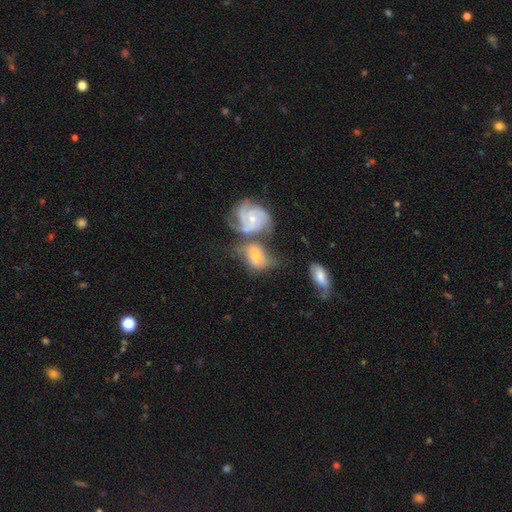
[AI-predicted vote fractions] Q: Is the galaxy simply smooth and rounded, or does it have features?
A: featured or disk — 67%.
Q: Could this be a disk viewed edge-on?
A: no — 95%.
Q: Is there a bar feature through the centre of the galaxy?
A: no — 61%.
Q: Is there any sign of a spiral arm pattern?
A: yes — 90%.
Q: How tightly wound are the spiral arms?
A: tight — 43%.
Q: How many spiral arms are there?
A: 3 — 34%.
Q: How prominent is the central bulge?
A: moderate — 47%, tied with small.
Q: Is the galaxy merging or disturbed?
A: merger — 45%.